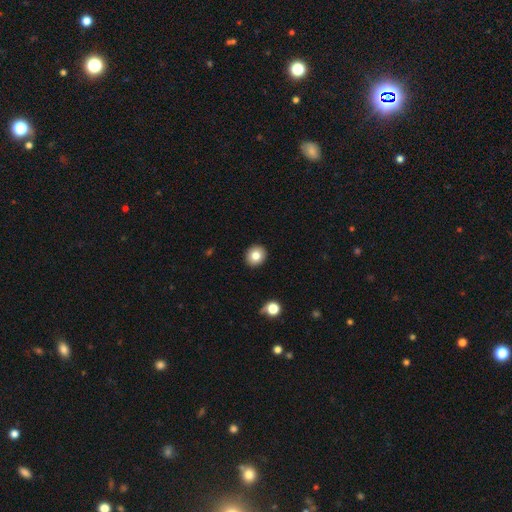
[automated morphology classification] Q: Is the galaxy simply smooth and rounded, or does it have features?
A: smooth — 81%.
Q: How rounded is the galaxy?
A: round — 85%.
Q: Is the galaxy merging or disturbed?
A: none — 92%.